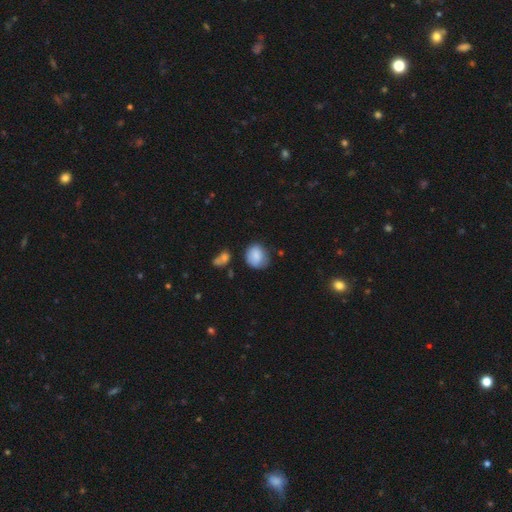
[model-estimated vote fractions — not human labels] Morphology: type=smooth (84%); roundness=round (64%); merging=none (61%).